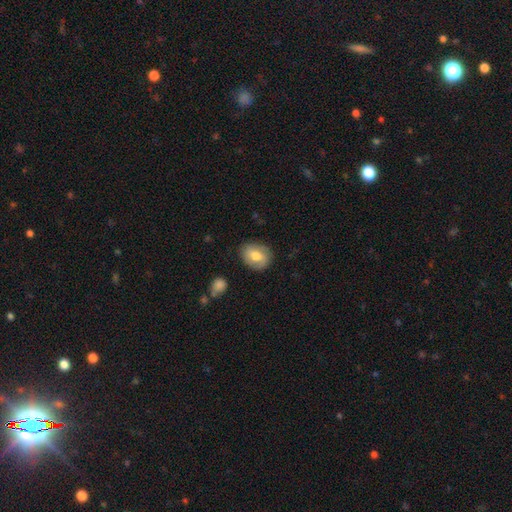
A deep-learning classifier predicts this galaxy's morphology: Smooth or featured?
  - smooth: 72% *
  - featured or disk: 20%
  - star or artifact: 7%
How rounded?
  - in between: 54% *
  - round: 45%
  - cigar-shaped: 1%
Merging?
  - none: 81% *
  - minor disturbance: 14%
  - major disturbance: 3%
  - merger: 1%